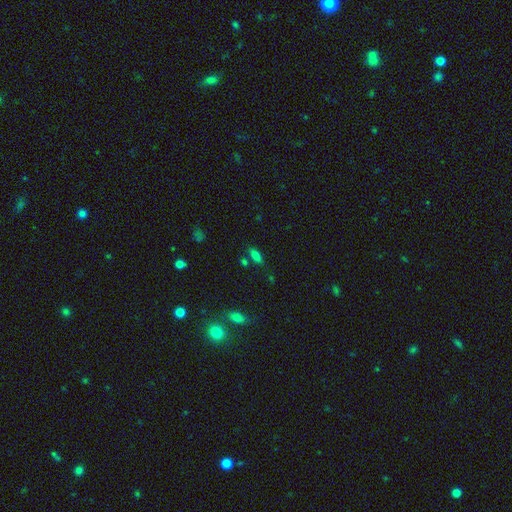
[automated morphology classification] The model was most divided on "merging": none: 69%, minor disturbance: 15%, merger: 11%, major disturbance: 5%. More confident: how rounded — in between (80%); smooth or featured — smooth (74%).